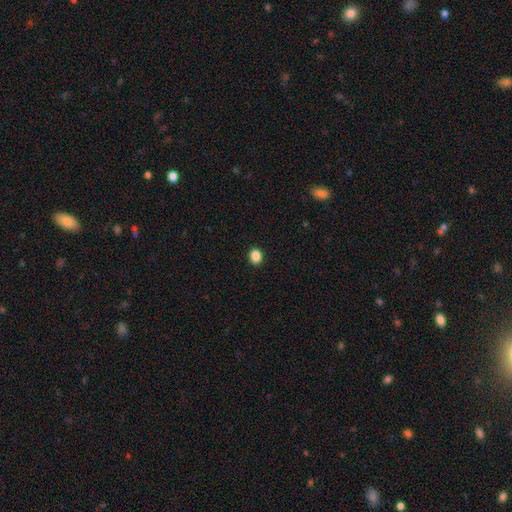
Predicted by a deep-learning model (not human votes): Q: Smooth or featured?
A: smooth (87%); runner-up: star or artifact (10%)
Q: How rounded?
A: round (55%); runner-up: in between (45%)
Q: Merging?
A: none (92%); runner-up: minor disturbance (6%)